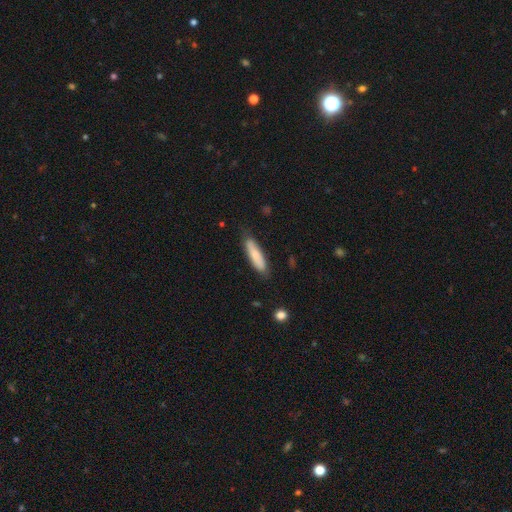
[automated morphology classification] smooth-or-featured: smooth: 72% | featured or disk: 22% | star or artifact: 6%
  how-rounded: cigar-shaped: 65% | in between: 33% | round: 2%
  merging: none: 76% | minor disturbance: 19% | major disturbance: 3% | merger: 1%